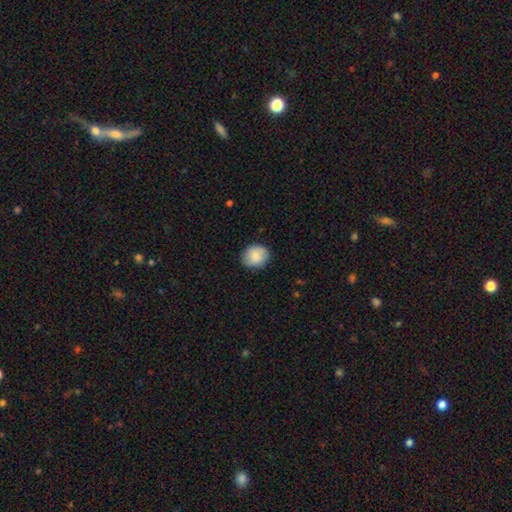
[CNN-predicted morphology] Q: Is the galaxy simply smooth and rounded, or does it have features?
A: smooth — 76%.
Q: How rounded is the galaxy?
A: round — 73%.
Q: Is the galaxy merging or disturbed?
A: none — 83%.